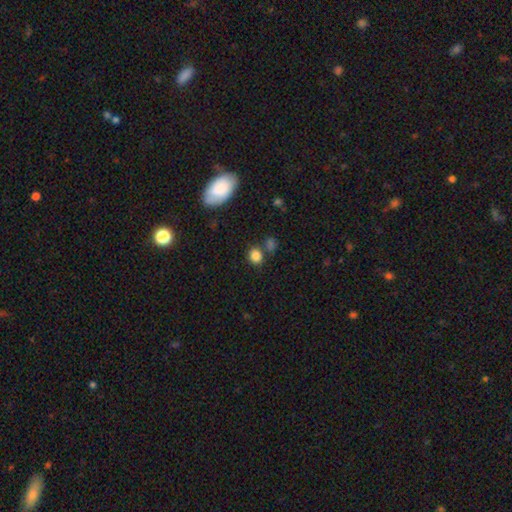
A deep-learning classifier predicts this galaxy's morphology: This is clearly a smooth galaxy (83%). How rounded: likely round (62%). Merging: likely none (71%).